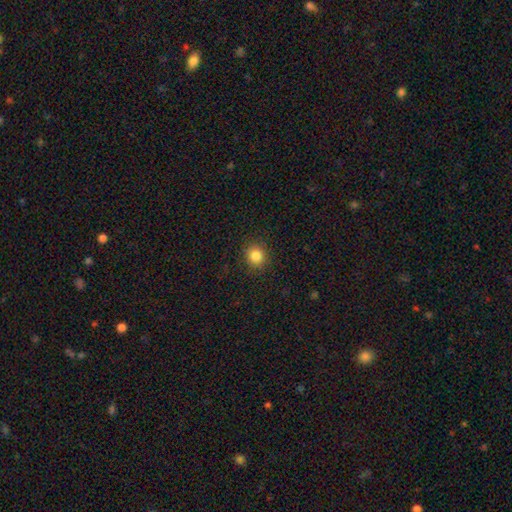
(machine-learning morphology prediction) Smooth or featured?
  - smooth: 85% *
  - star or artifact: 11%
  - featured or disk: 5%
How rounded?
  - round: 87% *
  - in between: 12%
  - cigar-shaped: 1%
Merging?
  - none: 90% *
  - minor disturbance: 7%
  - major disturbance: 2%
  - merger: 1%